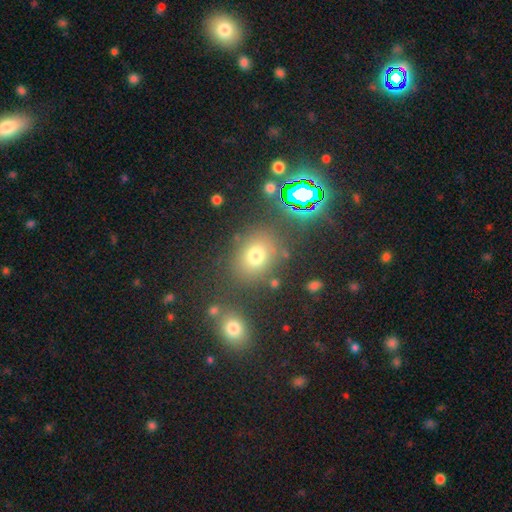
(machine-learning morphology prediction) This appears to be a smooth galaxy with no disk features (70%) that is round (60%). Merging: none (78%).